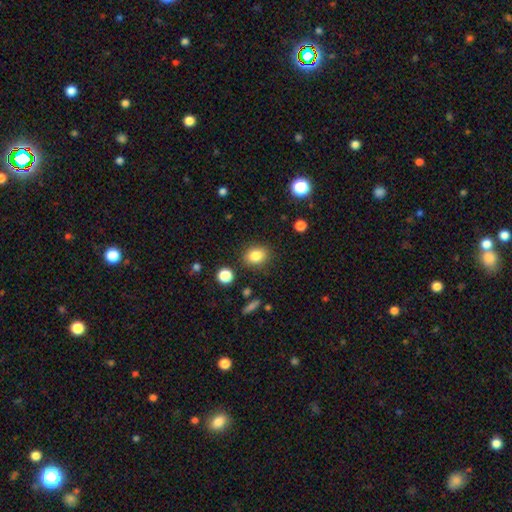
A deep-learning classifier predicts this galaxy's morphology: smooth_or_featured: smooth (p=0.83) [alt: star or artifact p=0.10]
how_rounded: in between (p=0.53) [alt: round p=0.46]
merging: none (p=0.84) [alt: minor disturbance p=0.10]